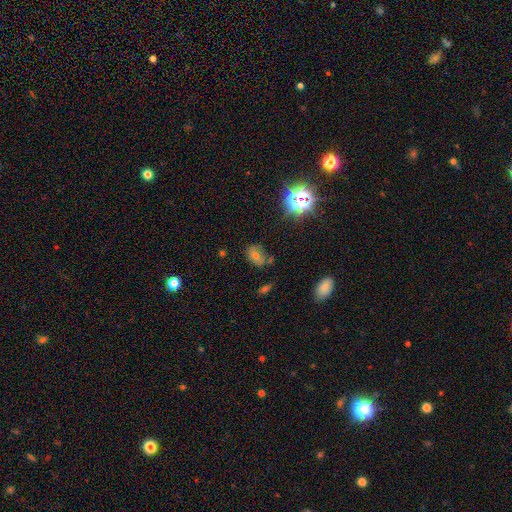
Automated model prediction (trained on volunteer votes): A smooth galaxy with no disk features (51%) that is in between round and cigar-shaped (71%). Merging: none (64%).